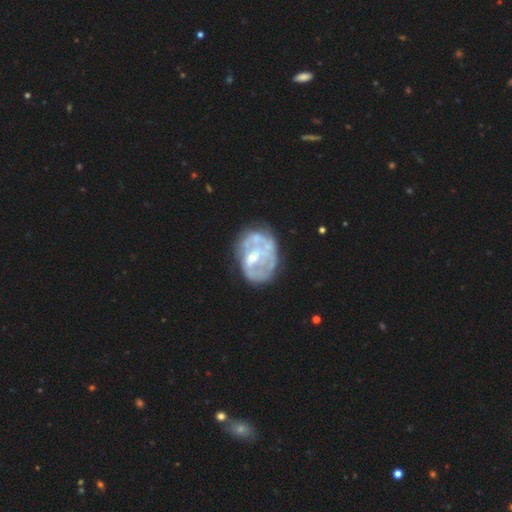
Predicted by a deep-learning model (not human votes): This is likely a featured or disk galaxy (70%). It is clearly not viewed edge-on (98%). Bar: likely no (64%). Spiral arm pattern: likely no (65%). Central bulge: marginally small (40%). Merging: possibly none (49%).